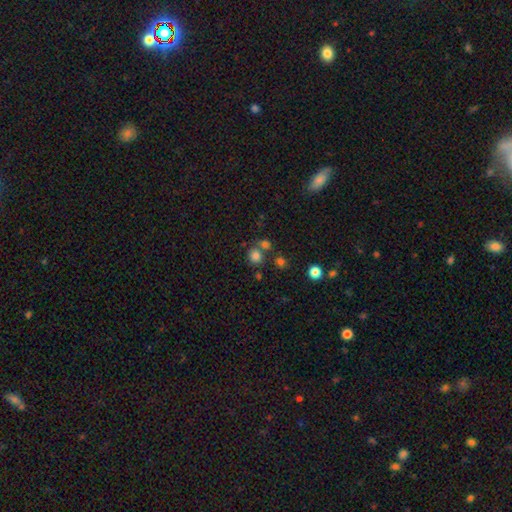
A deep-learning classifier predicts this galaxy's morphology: Q: Smooth or featured?
A: smooth (79%); runner-up: star or artifact (15%)
Q: How rounded?
A: round (84%); runner-up: in between (15%)
Q: Merging?
A: none (66%); runner-up: merger (21%)